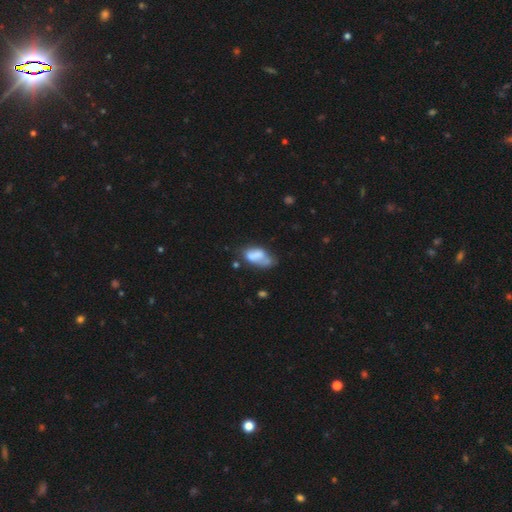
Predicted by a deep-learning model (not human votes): Overall: smooth (63%; featured or disk 28%). How rounded: in between (89%). Merging: none (31%; minor disturbance 30%).